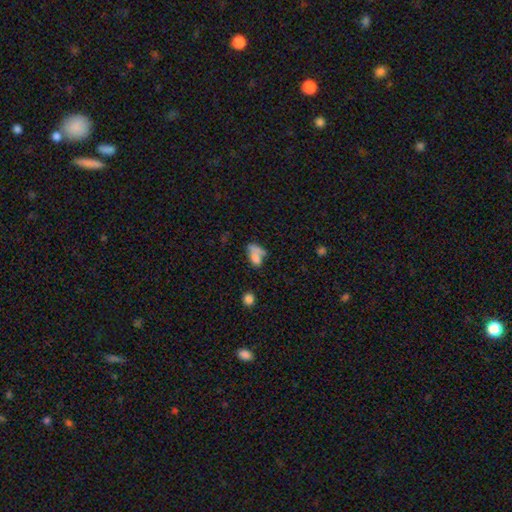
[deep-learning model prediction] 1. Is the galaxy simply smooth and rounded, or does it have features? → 70% smooth, 16% featured or disk, 13% star or artifact.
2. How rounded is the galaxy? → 79% in between, 13% round, 8% cigar-shaped.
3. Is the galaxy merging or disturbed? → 34% merger, 29% none, 18% minor disturbance, 18% major disturbance.